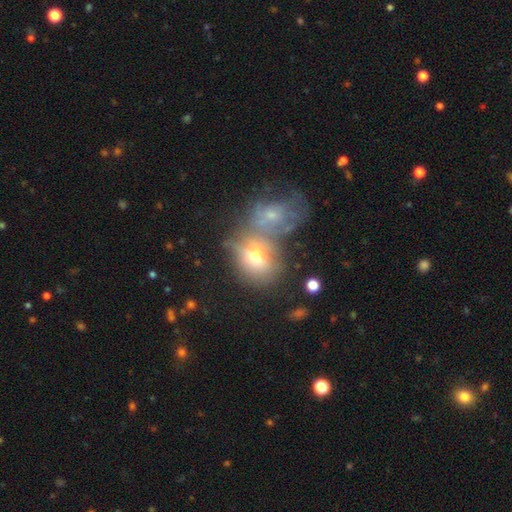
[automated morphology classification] A smooth galaxy with no disk features (56%) that is round (54%). Merging: merger (53%).